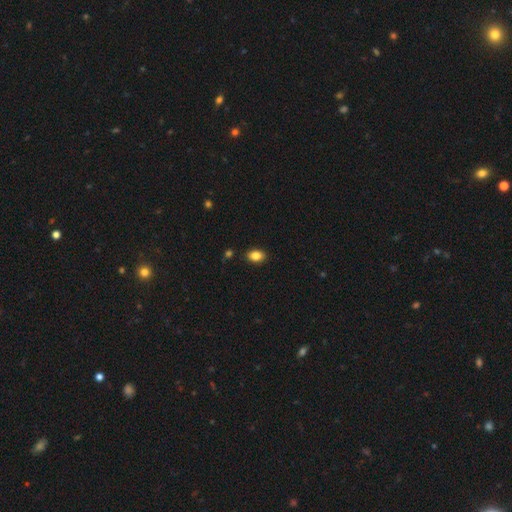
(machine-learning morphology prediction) A smooth galaxy with no disk features (85%) that is in between round and cigar-shaped (81%).

Vote fractions:
- Smooth or featured? smooth: 85% / star or artifact: 9% / featured or disk: 6%
- How rounded? in between: 81% / round: 17% / cigar-shaped: 1%
- Merging? none: 88% / minor disturbance: 8% / major disturbance: 2% / merger: 2%